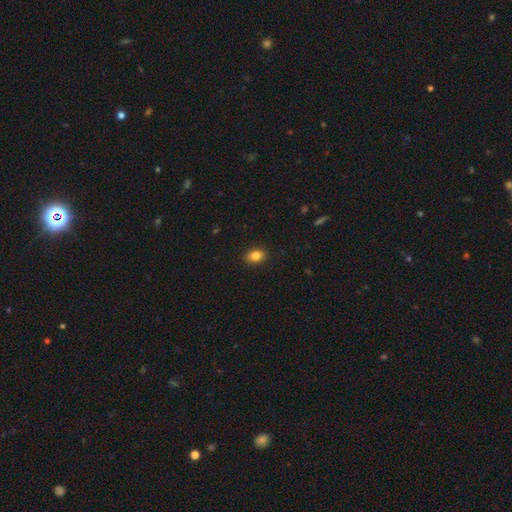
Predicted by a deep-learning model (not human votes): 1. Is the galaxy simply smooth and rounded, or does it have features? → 84% smooth, 10% star or artifact, 6% featured or disk.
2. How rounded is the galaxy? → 71% in between, 28% round, 1% cigar-shaped.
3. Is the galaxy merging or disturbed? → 89% none, 8% minor disturbance, 2% major disturbance, 1% merger.